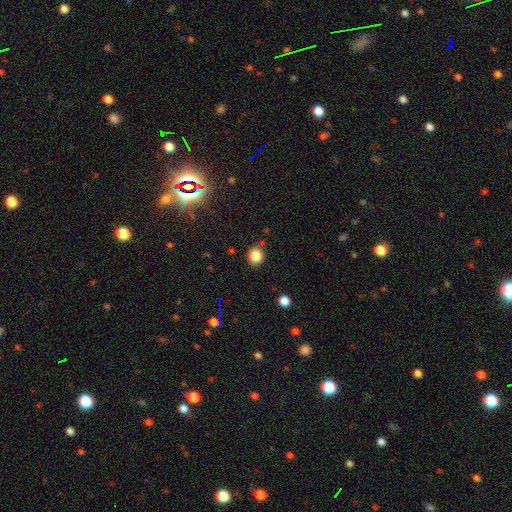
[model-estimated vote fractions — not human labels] A smooth galaxy with no disk features (84%) that is round (78%). Merging: none (81%).